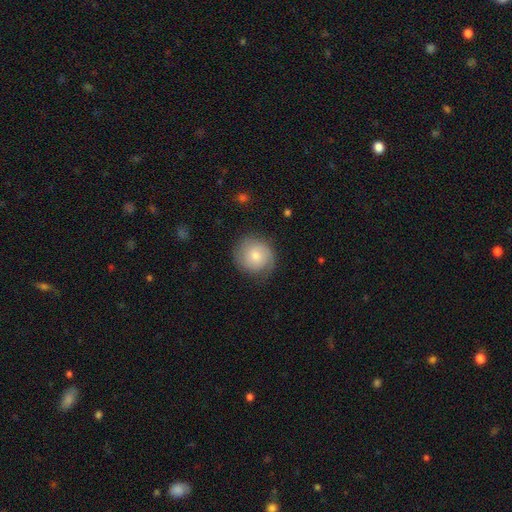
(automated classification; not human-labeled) Overall: smooth (58%; featured or disk 35%). How rounded: round (88%). Merging: none (75%).